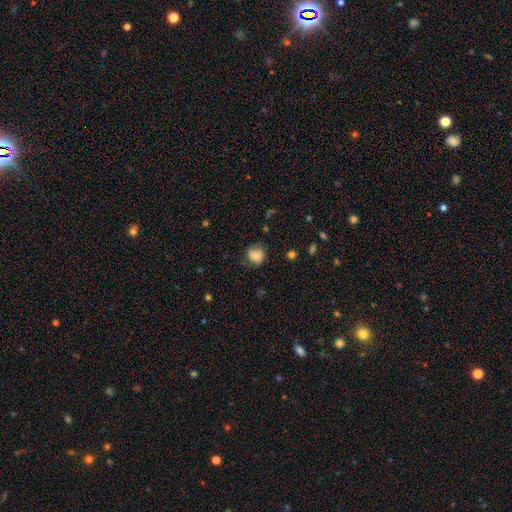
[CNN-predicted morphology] Smooth or featured? smooth (76%)
How rounded? round (79%)
Merging? none (67%)